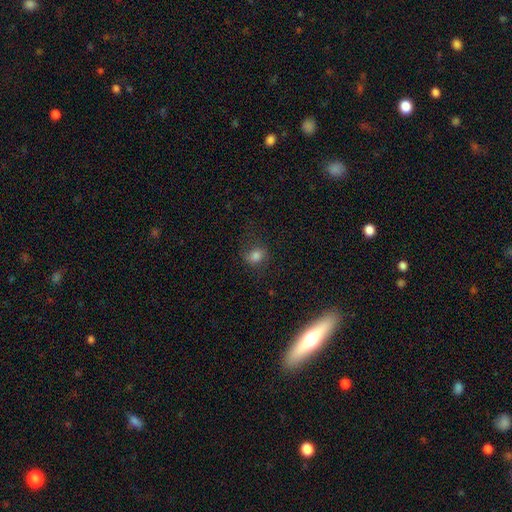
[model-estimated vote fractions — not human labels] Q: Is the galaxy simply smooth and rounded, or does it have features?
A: smooth — 77%.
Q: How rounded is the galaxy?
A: round — 54%.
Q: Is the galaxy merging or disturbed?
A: none — 67%.